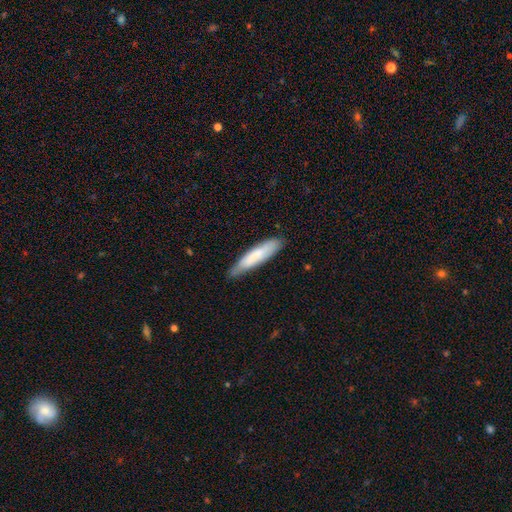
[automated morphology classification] This appears to be a smooth galaxy with no disk features (76%) that is cigar-shaped (81%). Merging: none (78%).